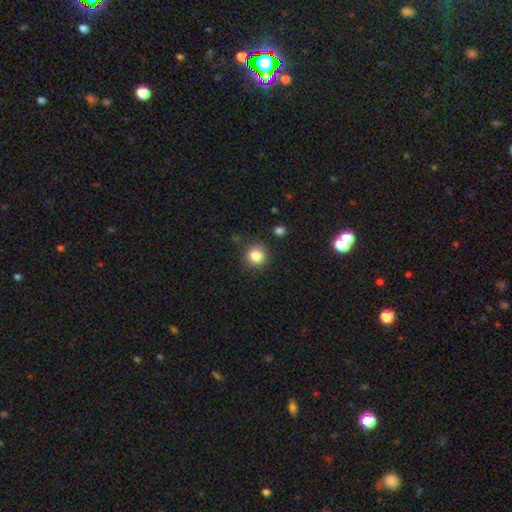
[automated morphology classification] Overall: smooth (84%). How rounded: round (93%). Merging: none (88%).